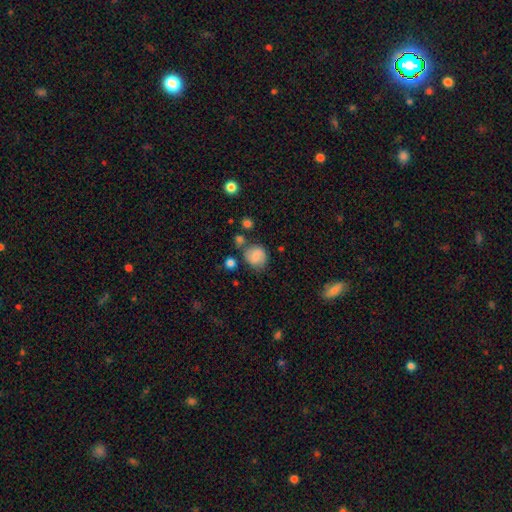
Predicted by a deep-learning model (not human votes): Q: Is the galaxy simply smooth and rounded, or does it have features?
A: smooth — 70%.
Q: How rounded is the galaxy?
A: round — 79%.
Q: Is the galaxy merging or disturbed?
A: none — 67%.